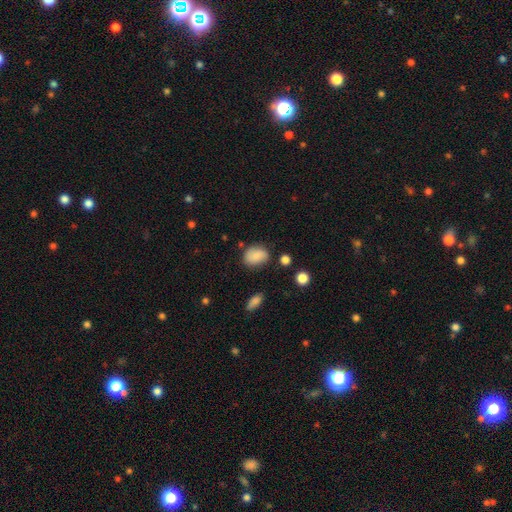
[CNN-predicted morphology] The model was most divided on "how rounded": in between: 71%, round: 28%, cigar-shaped: 1%. More confident: smooth or featured — smooth (82%); merging — none (72%).